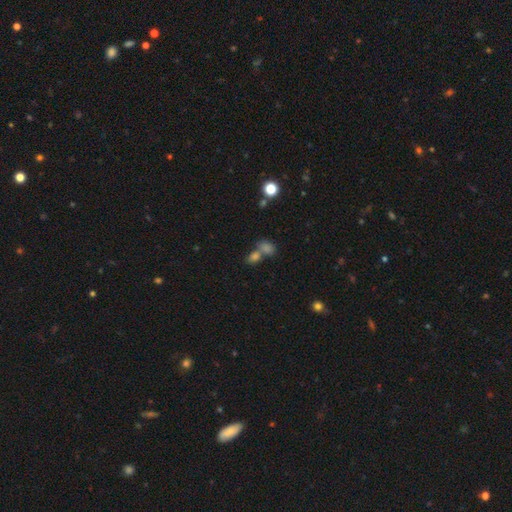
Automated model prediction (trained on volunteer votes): Q: Smooth or featured?
A: smooth (62%); runner-up: star or artifact (26%)
Q: How rounded?
A: in between (59%); runner-up: round (37%)
Q: Merging?
A: merger (49%); runner-up: none (38%)